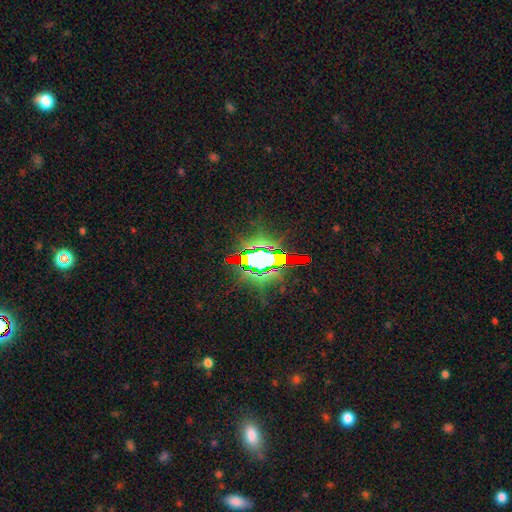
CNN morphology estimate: This appears to be a star or artifact, not a galaxy (71%).